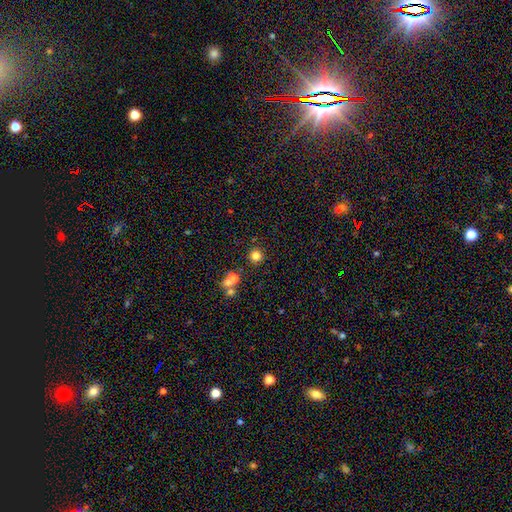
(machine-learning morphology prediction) A smooth galaxy with no disk features (79%) that is round (94%).

Vote fractions:
- Smooth or featured? smooth: 79% / star or artifact: 15% / featured or disk: 6%
- How rounded? round: 94% / in between: 5% / cigar-shaped: 1%
- Merging? none: 85% / merger: 7% / minor disturbance: 6% / major disturbance: 3%